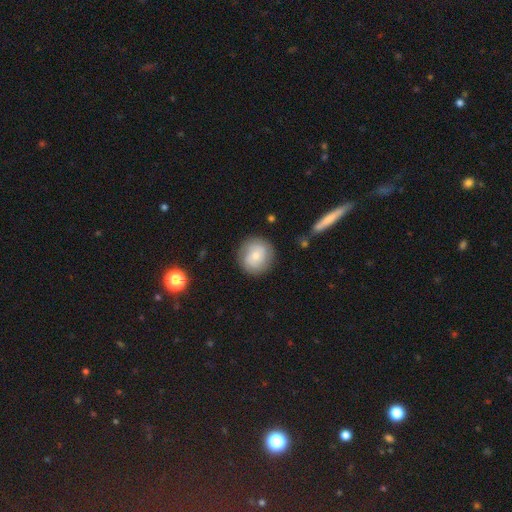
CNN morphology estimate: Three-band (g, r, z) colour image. It shows a smooth galaxy with no disk features (64%) that is round (90%). Merging: none (83%).